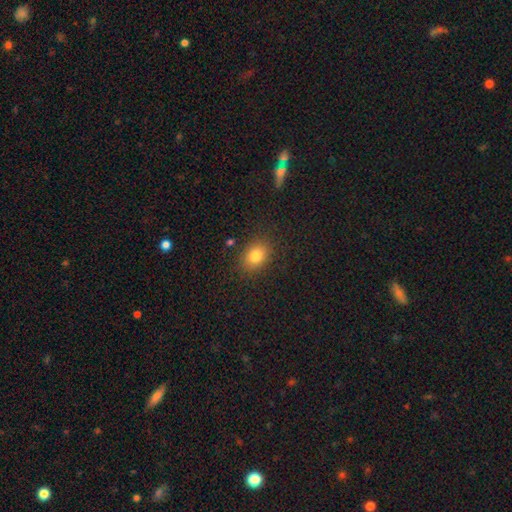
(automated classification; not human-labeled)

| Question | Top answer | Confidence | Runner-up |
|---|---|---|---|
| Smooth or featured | smooth | 81% | star or artifact (11%) |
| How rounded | in between | 64% | round (35%) |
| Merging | none | 85% | minor disturbance (10%) |